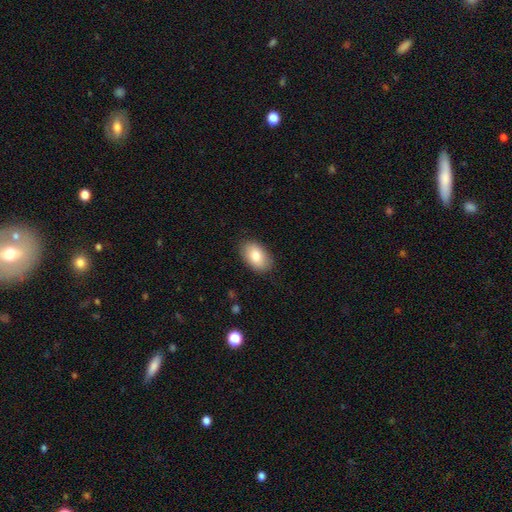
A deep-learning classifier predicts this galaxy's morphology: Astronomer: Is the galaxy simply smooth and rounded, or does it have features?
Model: smooth — 84%.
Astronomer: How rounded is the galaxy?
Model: in between — 92%.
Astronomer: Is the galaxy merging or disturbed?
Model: none — 87%.